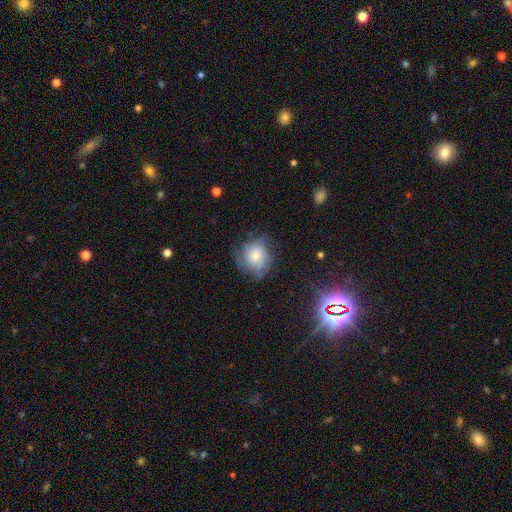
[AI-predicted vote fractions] Smooth or featured? Predicted: smooth (p=0.49). Merging? Predicted: none (p=0.63).